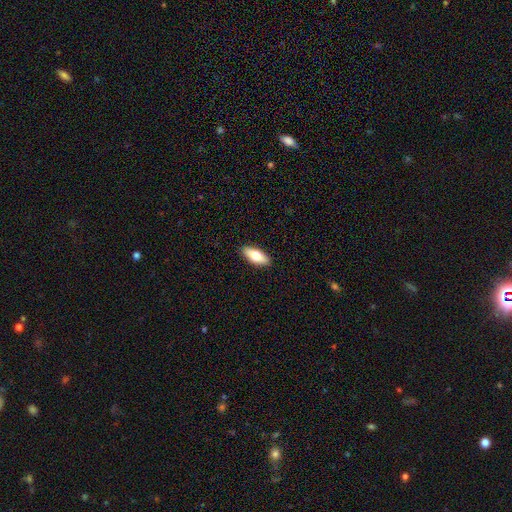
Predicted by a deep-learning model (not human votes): Smooth or featured?
  - smooth: 73% *
  - featured or disk: 21%
  - star or artifact: 6%
How rounded?
  - in between: 78% *
  - cigar-shaped: 20%
  - round: 2%
Merging?
  - none: 90% *
  - minor disturbance: 7%
  - major disturbance: 2%
  - merger: 1%